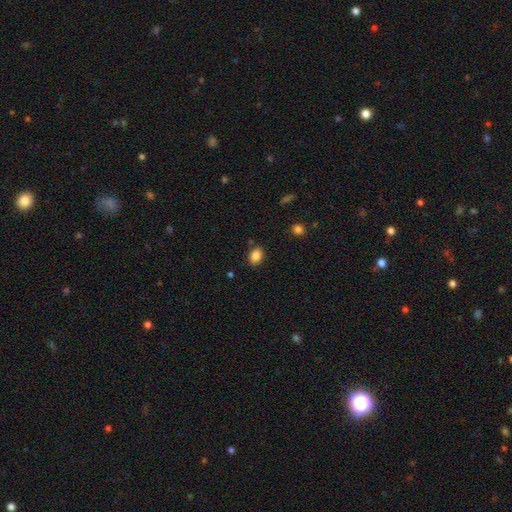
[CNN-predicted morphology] This appears to be a smooth galaxy with no disk features (86%) that is in between round and cigar-shaped (76%). Merging: none (84%).